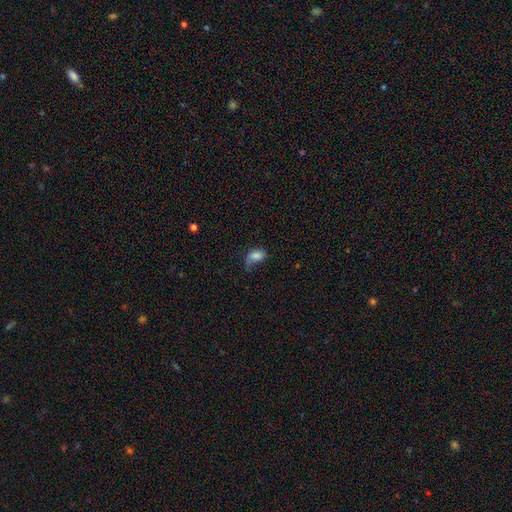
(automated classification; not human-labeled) A smooth galaxy with no disk features (72%) that is in between round and cigar-shaped (87%).

Vote fractions:
- Smooth or featured? smooth: 72% / featured or disk: 18% / star or artifact: 10%
- How rounded? in between: 87% / round: 10% / cigar-shaped: 2%
- Merging? major disturbance: 37% / none: 30% / minor disturbance: 29% / merger: 4%